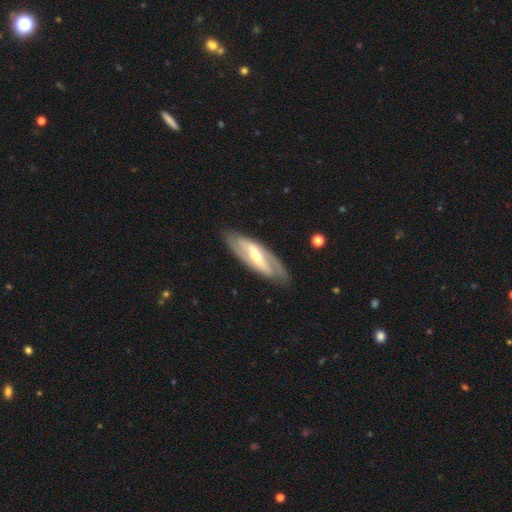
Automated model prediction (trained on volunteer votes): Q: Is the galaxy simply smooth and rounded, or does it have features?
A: featured or disk — 77%.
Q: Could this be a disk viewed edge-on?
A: no — 83%.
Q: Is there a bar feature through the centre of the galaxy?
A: strong — 61%.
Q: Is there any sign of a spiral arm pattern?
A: yes — 80%.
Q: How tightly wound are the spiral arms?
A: medium — 40%.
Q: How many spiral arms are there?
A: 2 — 81%.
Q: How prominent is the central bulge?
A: small — 48%.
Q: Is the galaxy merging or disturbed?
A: none — 81%.